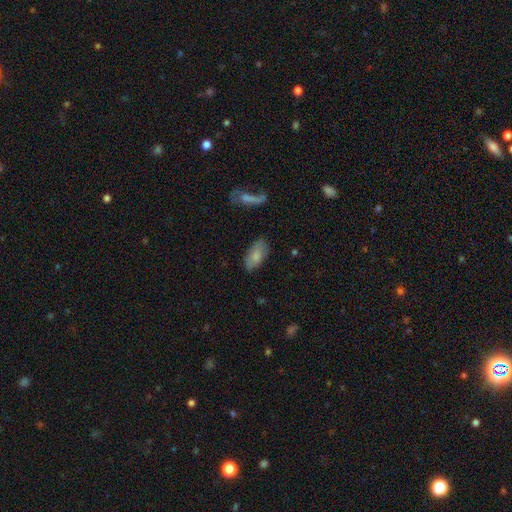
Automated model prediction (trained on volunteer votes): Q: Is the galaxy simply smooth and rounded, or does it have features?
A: smooth — 78%.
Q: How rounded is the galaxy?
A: in between — 91%.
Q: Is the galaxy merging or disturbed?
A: none — 75%.